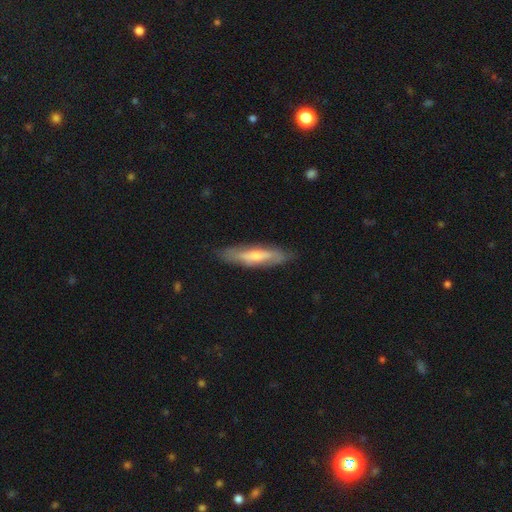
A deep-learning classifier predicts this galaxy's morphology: Smooth or featured? Predicted: featured or disk (p=0.52). Edge-on disk? Predicted: yes (p=0.58). Merging? Predicted: none (p=0.80).